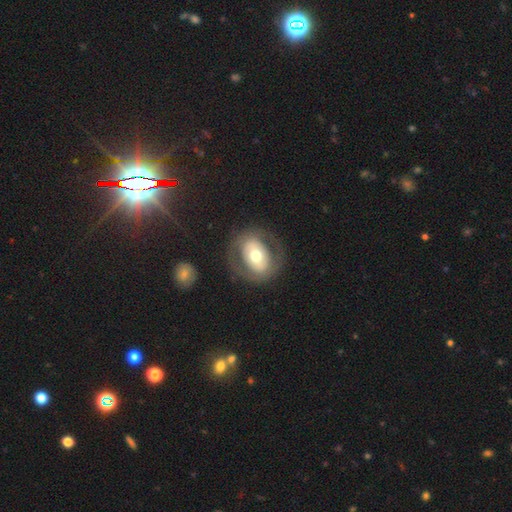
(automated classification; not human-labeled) Smooth or featured: featured or disk — 52% (smooth — 42%)
Edge-on disk: no — 94% (yes — 6%)
Merging: none — 76% (minor disturbance — 12%)